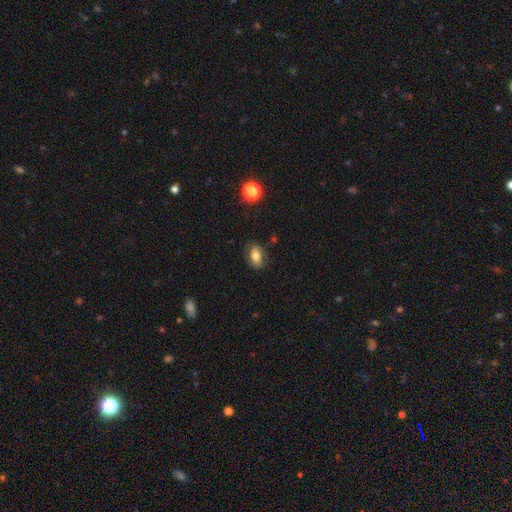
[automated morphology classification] smooth 77%, featured or disk 14%, star or artifact 10%. Down the decision tree: how rounded — in between (85%); merging — none (82%).